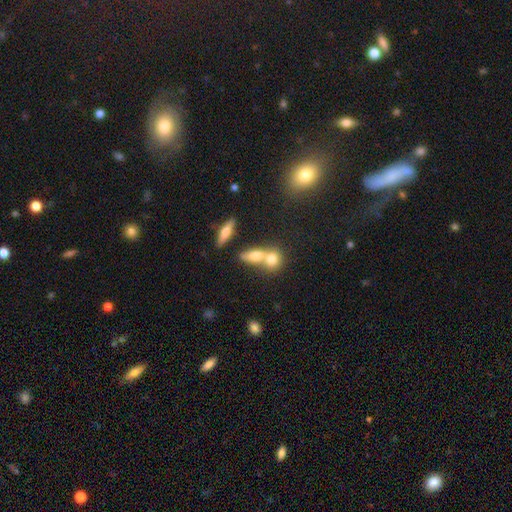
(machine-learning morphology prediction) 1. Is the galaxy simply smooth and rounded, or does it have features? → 71% smooth, 18% featured or disk, 11% star or artifact.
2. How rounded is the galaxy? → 49% in between, 39% round, 12% cigar-shaped.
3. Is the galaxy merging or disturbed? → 57% merger, 32% none, 7% minor disturbance, 3% major disturbance.